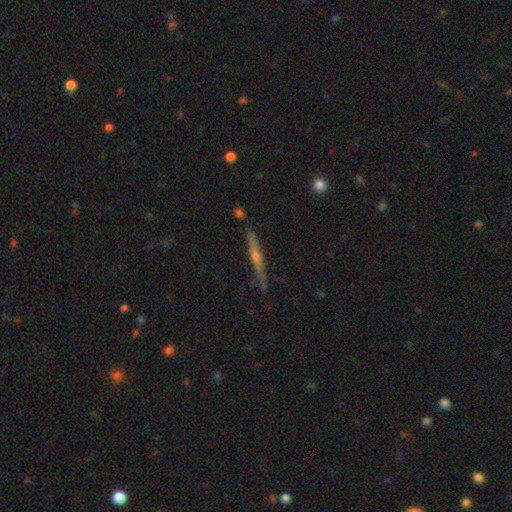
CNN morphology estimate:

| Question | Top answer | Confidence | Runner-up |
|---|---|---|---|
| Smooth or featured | featured or disk | 74% | smooth (18%) |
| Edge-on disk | yes | 98% | no (2%) |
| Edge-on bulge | rounded | 80% | none (15%) |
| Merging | none | 85% | minor disturbance (10%) |